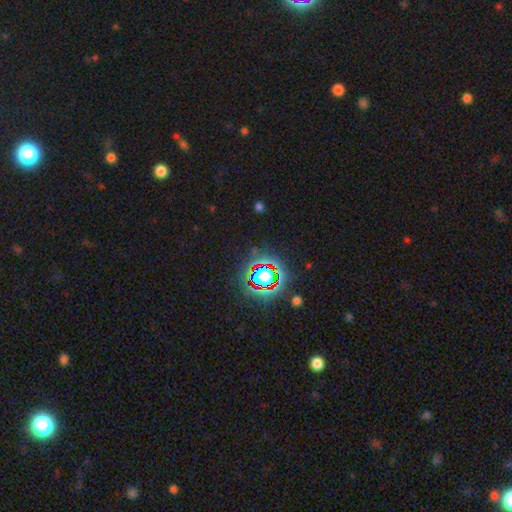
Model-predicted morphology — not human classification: A star or artifact, not a galaxy (79%).

Vote fractions:
- Smooth or featured? star or artifact: 79% / smooth: 12% / featured or disk: 9%